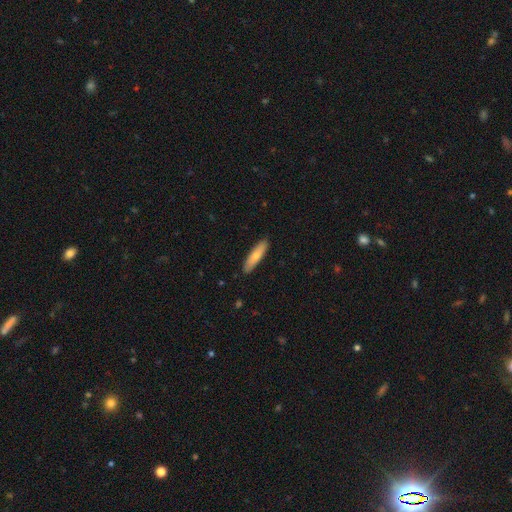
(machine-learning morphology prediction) This appears to be a smooth galaxy with no disk features (71%) that is cigar-shaped (79%). Merging: none (90%).